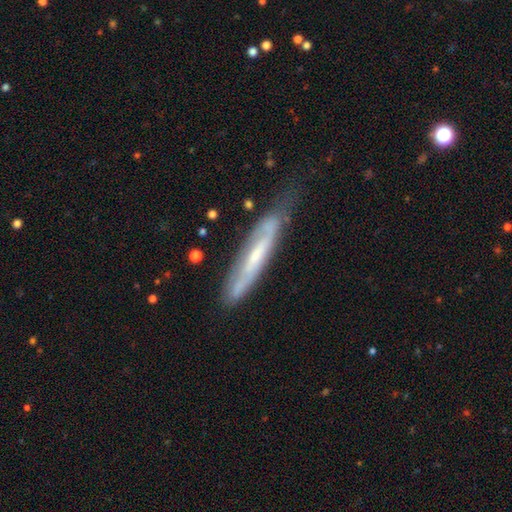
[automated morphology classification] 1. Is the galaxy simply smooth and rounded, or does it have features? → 66% featured or disk, 28% smooth, 6% star or artifact.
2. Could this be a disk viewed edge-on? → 51% no, 49% yes.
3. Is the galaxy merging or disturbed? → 58% none, 29% minor disturbance, 10% major disturbance, 3% merger.